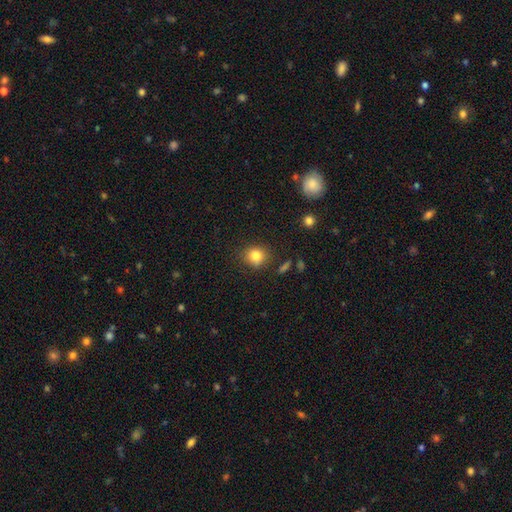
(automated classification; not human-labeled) Morphology: type=smooth (82%); roundness=round (78%); merging=none (79%).